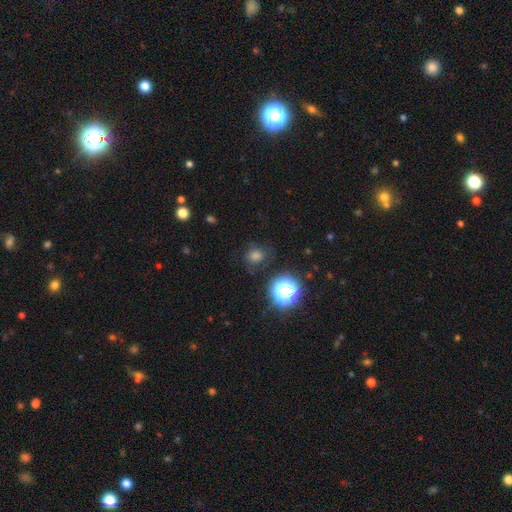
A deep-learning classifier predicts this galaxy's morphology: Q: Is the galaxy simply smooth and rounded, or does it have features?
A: smooth — 61%.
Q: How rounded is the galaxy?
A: round — 80%.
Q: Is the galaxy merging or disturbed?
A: none — 79%.